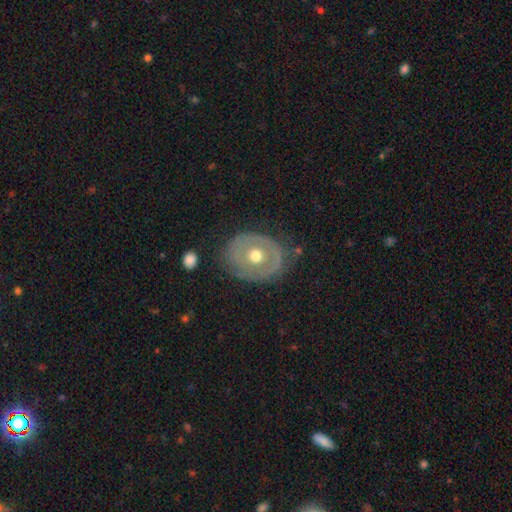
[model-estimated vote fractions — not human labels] A featured or disk galaxy (56%) with no bar (89%), no spiral arms (78%) and a moderate central bulge (80%). Merging: none (69%).